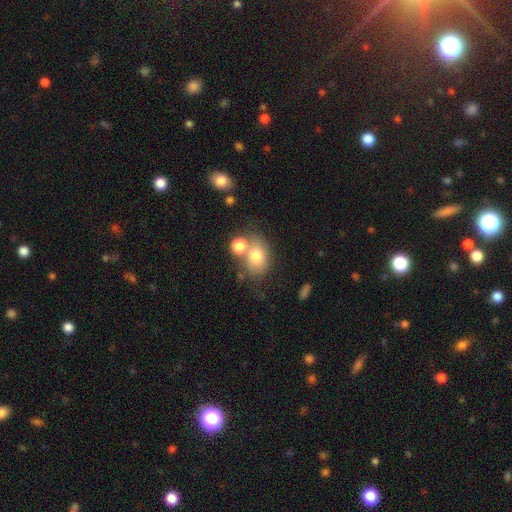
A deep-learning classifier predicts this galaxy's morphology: type=smooth (75%); roundness=in between (57%); merging=none (49%).